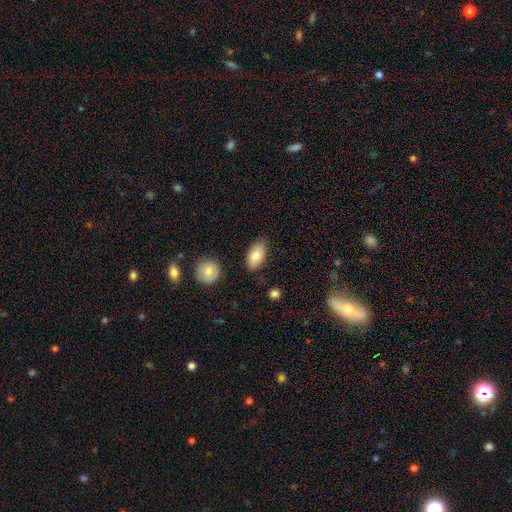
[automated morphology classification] Smooth or featured? Predicted: smooth (p=0.82). How rounded? Predicted: in between (p=0.93). Merging? Predicted: none (p=0.75).